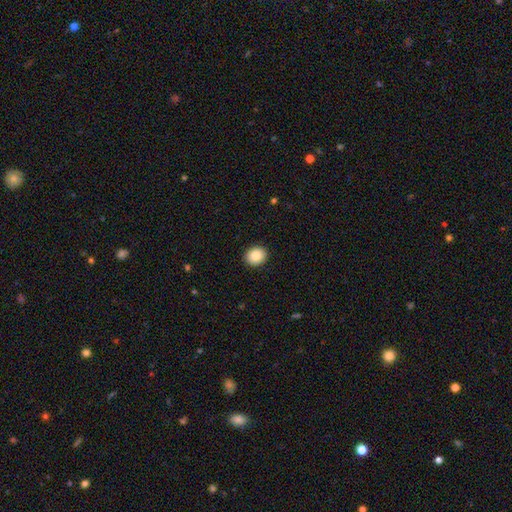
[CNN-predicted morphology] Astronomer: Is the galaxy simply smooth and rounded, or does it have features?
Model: smooth — 87%.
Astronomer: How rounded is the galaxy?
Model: round — 70%.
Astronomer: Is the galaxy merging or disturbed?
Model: none — 92%.